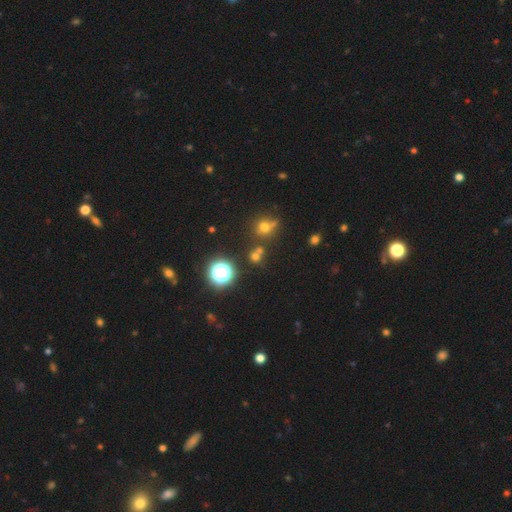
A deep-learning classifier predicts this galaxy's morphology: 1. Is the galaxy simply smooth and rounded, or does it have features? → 54% smooth, 36% star or artifact, 9% featured or disk.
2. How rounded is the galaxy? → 84% round, 14% in between, 1% cigar-shaped.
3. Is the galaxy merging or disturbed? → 64% none, 23% merger, 9% minor disturbance, 4% major disturbance.